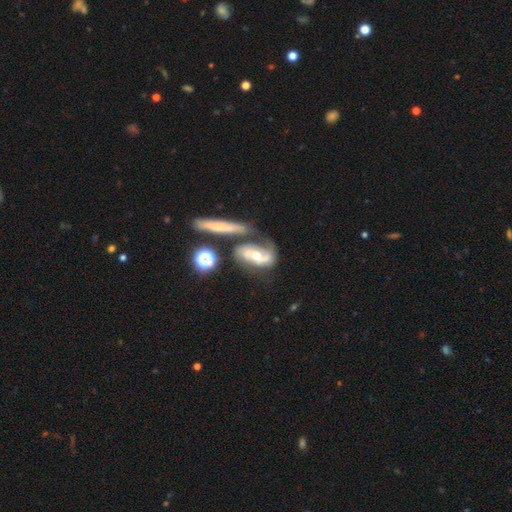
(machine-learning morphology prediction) Q: Smooth or featured?
A: featured or disk (73%); runner-up: smooth (19%)
Q: Edge-on disk?
A: no (90%); runner-up: yes (10%)
Q: Bar?
A: no (45%); runner-up: weak (35%)
Q: Spiral arms?
A: yes (89%); runner-up: no (11%)
Q: Spiral winding?
A: medium (44%); runner-up: loose (30%)
Q: Spiral arm count?
A: 2 (76%); runner-up: can't tell (12%)
Q: Bulge size?
A: moderate (67%); runner-up: small (23%)
Q: Merging?
A: none (43%); runner-up: merger (25%)